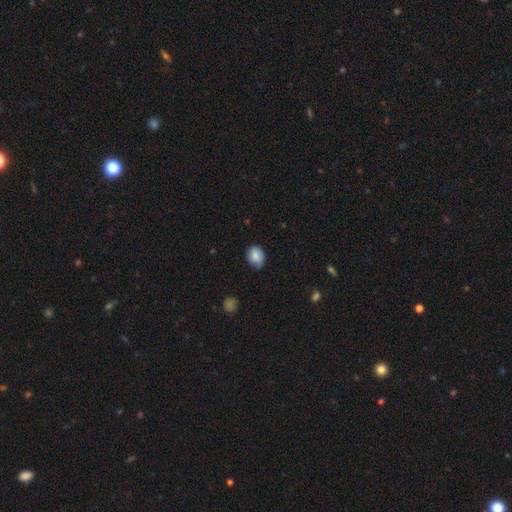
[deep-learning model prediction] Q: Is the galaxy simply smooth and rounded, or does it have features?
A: smooth — 85%.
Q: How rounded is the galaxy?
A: round — 50%.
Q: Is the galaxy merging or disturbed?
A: none — 70%.